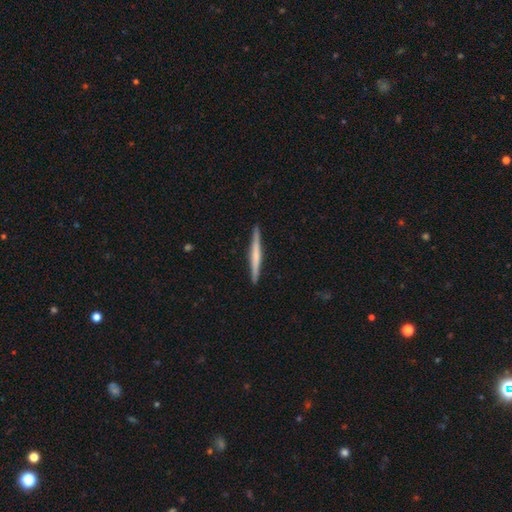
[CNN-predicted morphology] smooth-or-featured: featured or disk: 53% | smooth: 42% | star or artifact: 5%
  disk-edge-on: yes: 98% | no: 2%
    edge-on-bulge: none: 61% | rounded: 25% | boxy: 14%
  merging: none: 92% | minor disturbance: 6% | major disturbance: 1% | merger: 1%